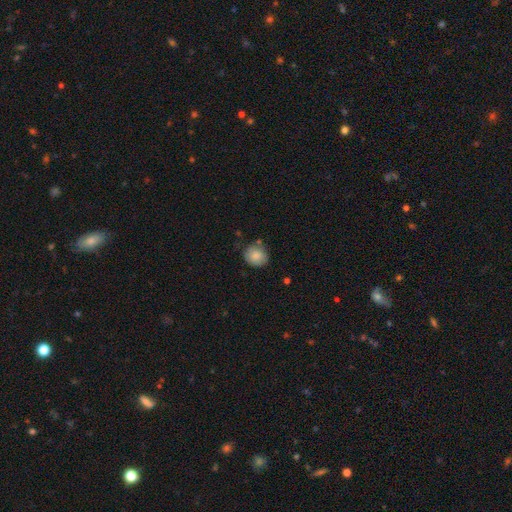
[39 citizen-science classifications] This appears to be a smooth galaxy with no disk features (92%) that is round (92%). Merging: none (89%).